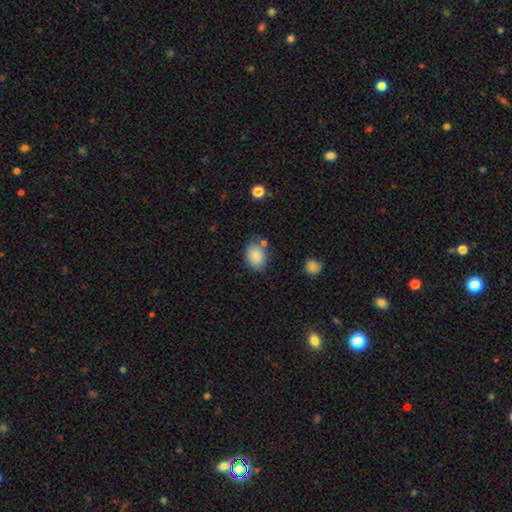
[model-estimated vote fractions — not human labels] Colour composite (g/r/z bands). It shows a smooth galaxy with no disk features (87%) that is in between round and cigar-shaped (71%). Merging: none (66%).